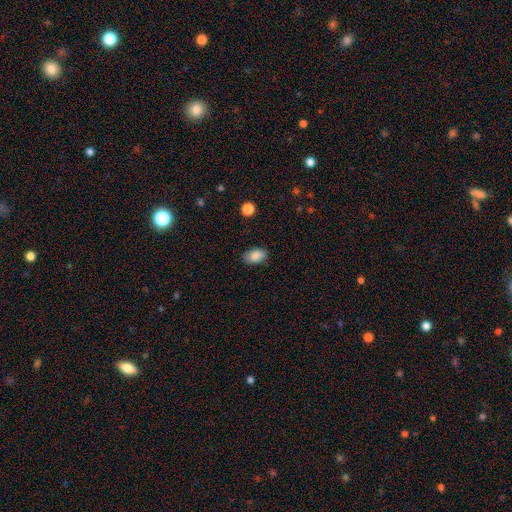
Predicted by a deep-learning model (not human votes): This is clearly a smooth galaxy (87%). How rounded: clearly in between (90%). Merging: clearly none (82%).